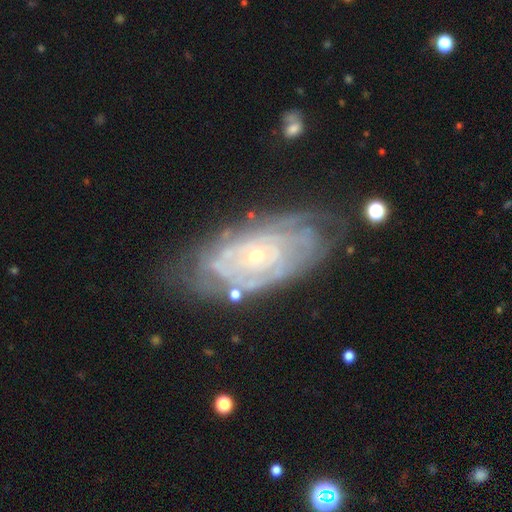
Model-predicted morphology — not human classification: smooth-or-featured: featured or disk: 84% | smooth: 10% | star or artifact: 6%
  disk-edge-on: no: 93% | yes: 7%
    bar: no: 82% | weak: 14% | strong: 4%
    has-spiral-arms: yes: 86% | no: 14%
      spiral-winding: tight: 79% | medium: 17% | loose: 5%
      spiral-arm-count: can't tell: 54% | 2: 13% | 3: 10% | 4: 10% | more than 4: 8% | 1: 5%
    bulge-size: small: 71% | moderate: 26% | large: 1% | none: 1% | dominant: 1%
  merging: none: 67% | minor disturbance: 21% | major disturbance: 9% | merger: 3%